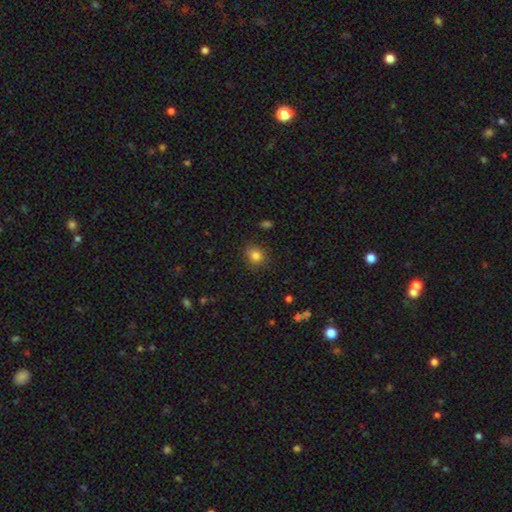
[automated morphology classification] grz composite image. It shows a smooth galaxy with no disk features (82%) that is round (74%). Merging: none (84%).